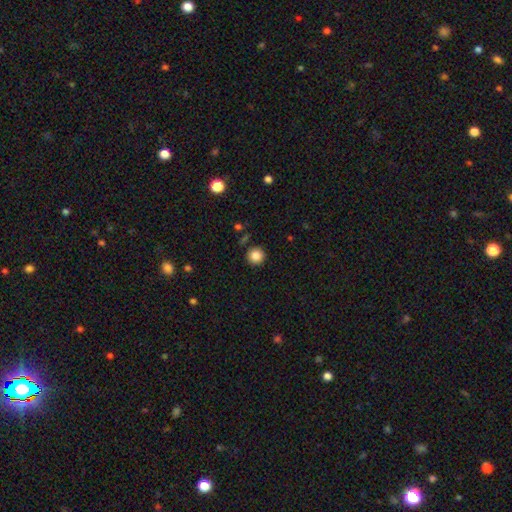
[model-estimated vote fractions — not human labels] Smooth or featured? Predicted: smooth (p=0.85). How rounded? Predicted: round (p=0.95). Merging? Predicted: none (p=0.89).